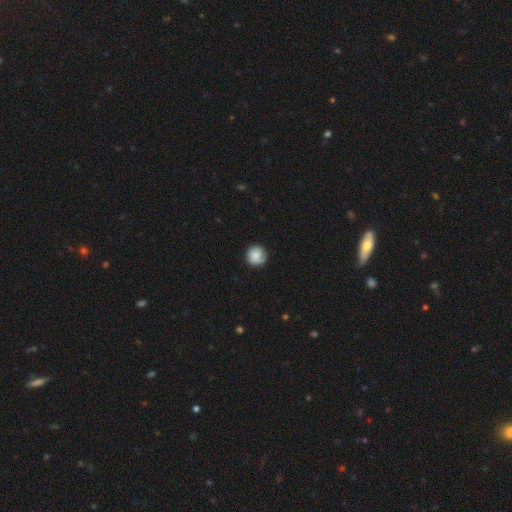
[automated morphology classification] Overall: smooth (76%). How rounded: round (92%). Merging: none (78%).